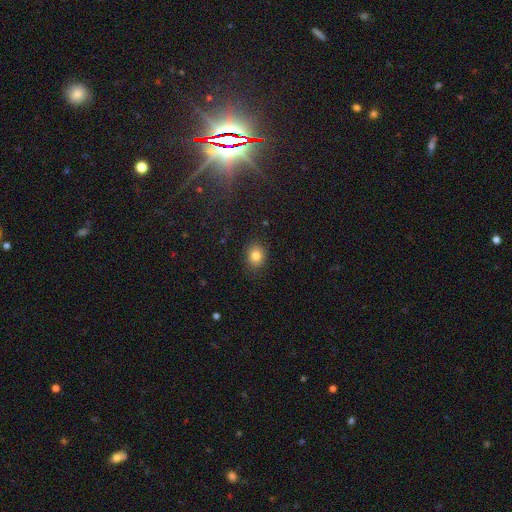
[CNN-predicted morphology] This is clearly a smooth galaxy (81%). How rounded: likely round (65%). Merging: clearly none (86%).